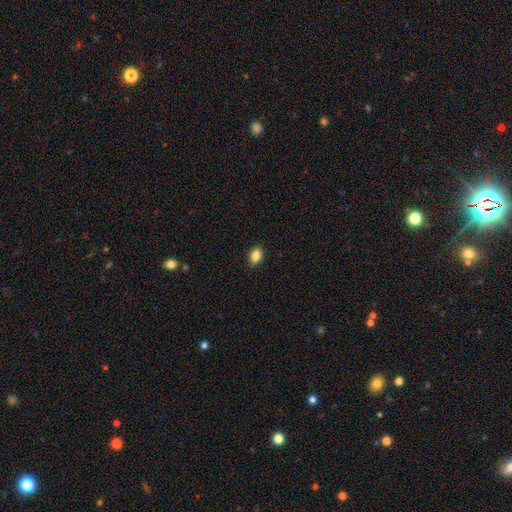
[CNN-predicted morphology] Smooth or featured? smooth (86%)
How rounded? in between (83%)
Merging? none (88%)